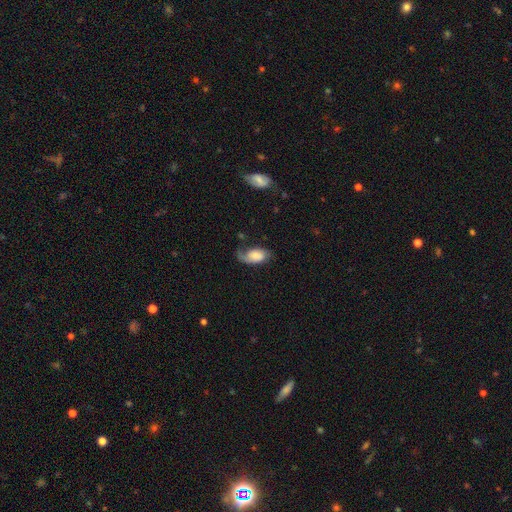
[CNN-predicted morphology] type=smooth (56%); roundness=in between (92%); merging=none (42%).